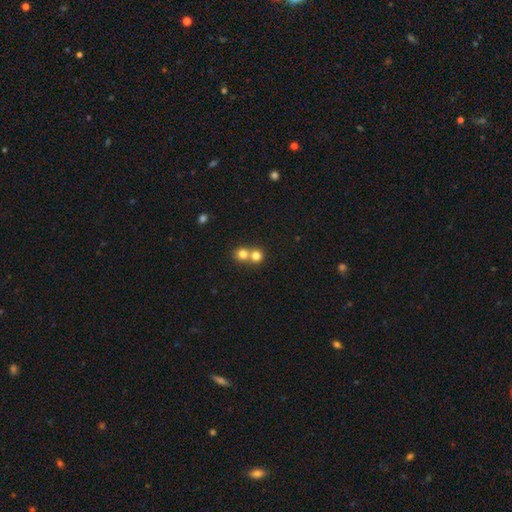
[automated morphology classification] A smooth galaxy with no disk features (78%) that is round (88%).

Vote fractions:
- Smooth or featured? smooth: 78% / star or artifact: 12% / featured or disk: 10%
- How rounded? round: 88% / in between: 11% / cigar-shaped: 1%
- Merging? merger: 54% / none: 40% / minor disturbance: 4% / major disturbance: 2%